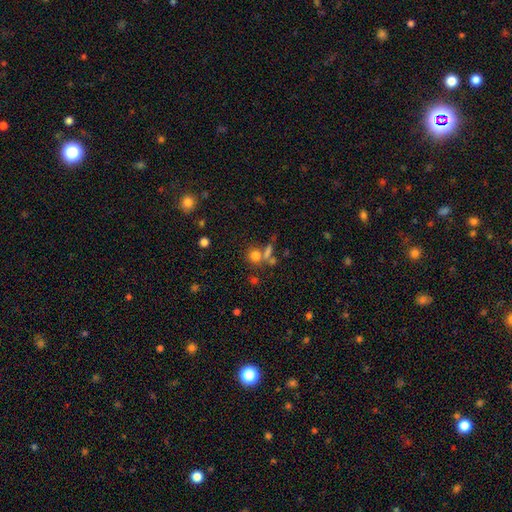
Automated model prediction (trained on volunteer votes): Smooth or featured?
  - smooth: 73% *
  - star or artifact: 17%
  - featured or disk: 10%
How rounded?
  - round: 85% *
  - in between: 13%
  - cigar-shaped: 2%
Merging?
  - none: 56% *
  - merger: 28%
  - minor disturbance: 9%
  - major disturbance: 6%